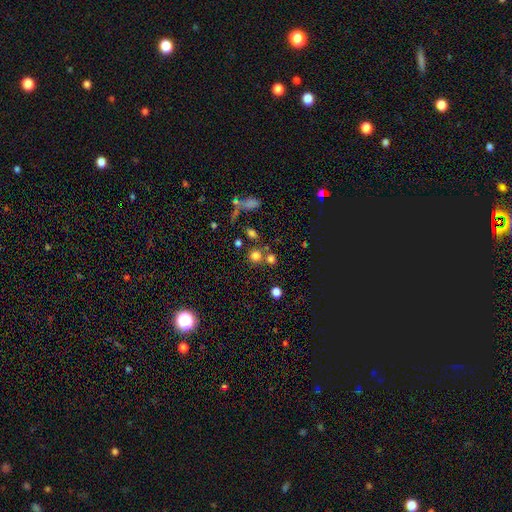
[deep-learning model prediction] Smooth or featured? Predicted: smooth (p=0.73). How rounded? Predicted: round (p=0.88). Merging? Predicted: none (p=0.62).